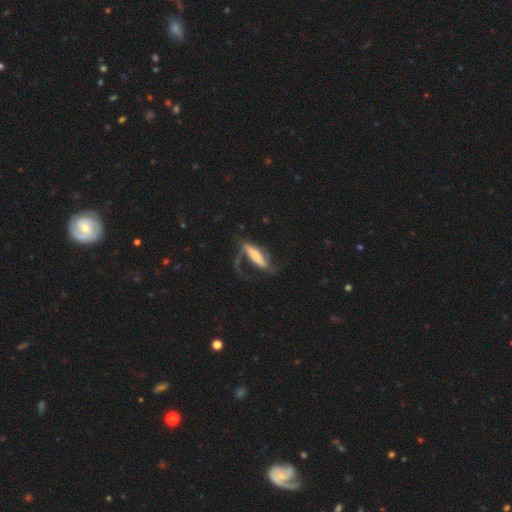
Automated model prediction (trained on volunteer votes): The model was most divided on "merging": major disturbance: 42%, none: 34%, minor disturbance: 19%, merger: 4%. More confident: edge-on disk — no (72%); smooth or featured — featured or disk (52%).